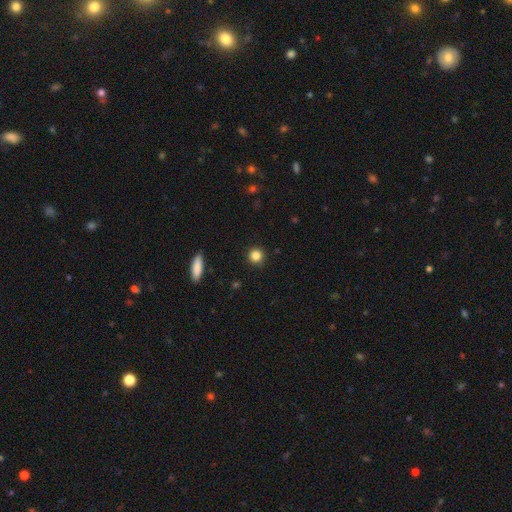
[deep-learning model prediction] A smooth galaxy with no disk features (84%) that is round (93%). Merging: none (90%).